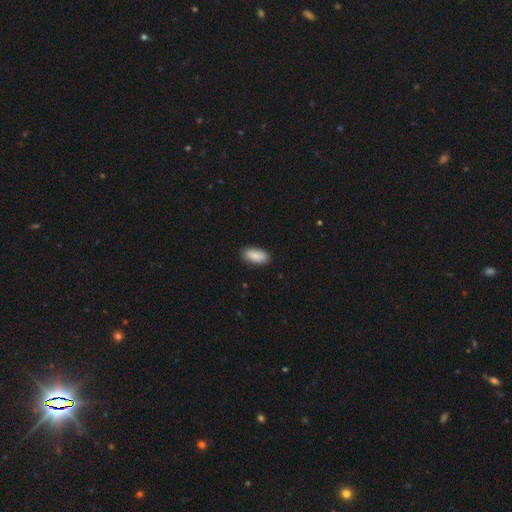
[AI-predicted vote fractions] A smooth galaxy with no disk features (89%) that is in between round and cigar-shaped (91%).

Vote fractions:
- Smooth or featured? smooth: 89% / star or artifact: 6% / featured or disk: 5%
- How rounded? in between: 91% / cigar-shaped: 6% / round: 2%
- Merging? none: 86% / minor disturbance: 11% / major disturbance: 2% / merger: 1%